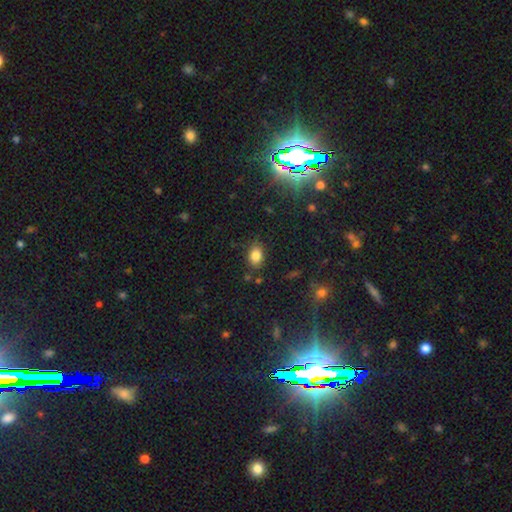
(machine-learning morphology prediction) smooth 83%, star or artifact 11%, featured or disk 7%. Down the decision tree: how rounded — in between (76%); merging — none (79%).